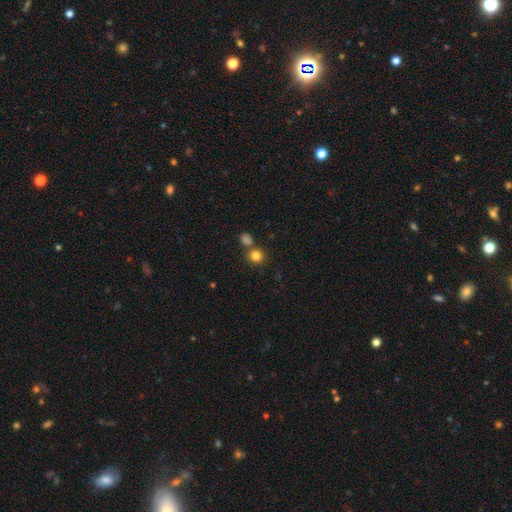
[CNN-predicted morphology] type=smooth (82%); roundness=round (89%); merging=none (70%).